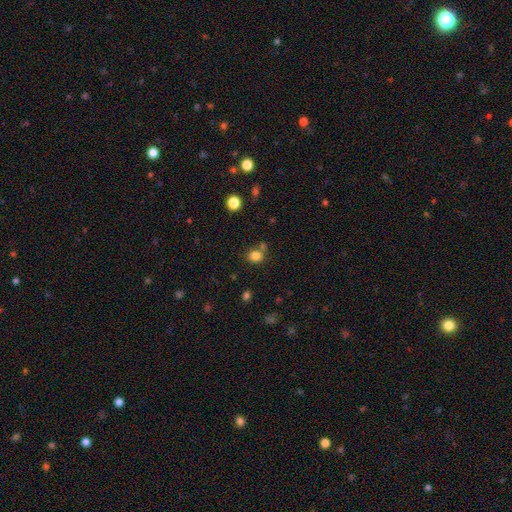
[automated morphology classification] This is clearly a smooth galaxy (82%). How rounded: likely round (71%). Merging: likely none (68%).